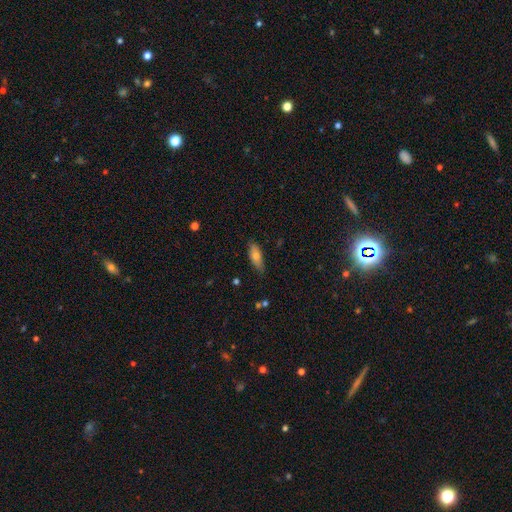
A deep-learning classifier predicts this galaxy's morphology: Smooth or featured? Predicted: smooth (p=0.71). How rounded? Predicted: in between (p=0.70). Merging? Predicted: none (p=0.79).